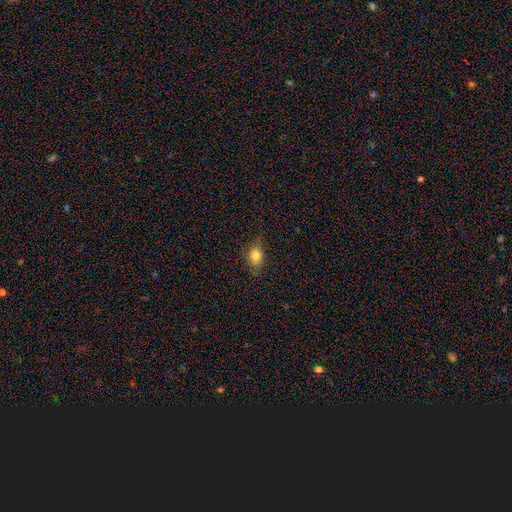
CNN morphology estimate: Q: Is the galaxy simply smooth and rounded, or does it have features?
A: smooth — 80%.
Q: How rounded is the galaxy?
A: in between — 66%.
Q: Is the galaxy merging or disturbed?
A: none — 78%.